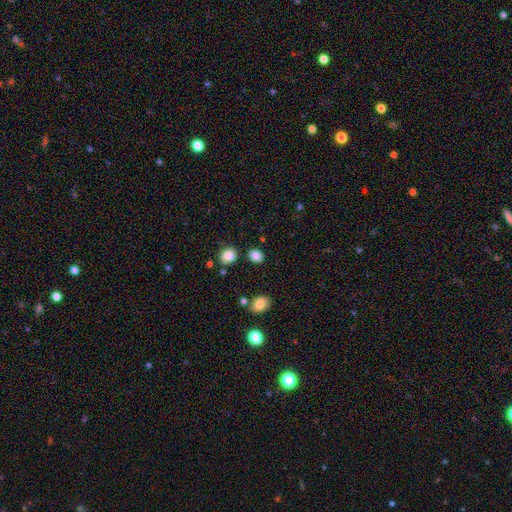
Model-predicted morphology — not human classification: Smooth or featured? smooth (85%)
How rounded? round (55%)
Merging? none (82%)